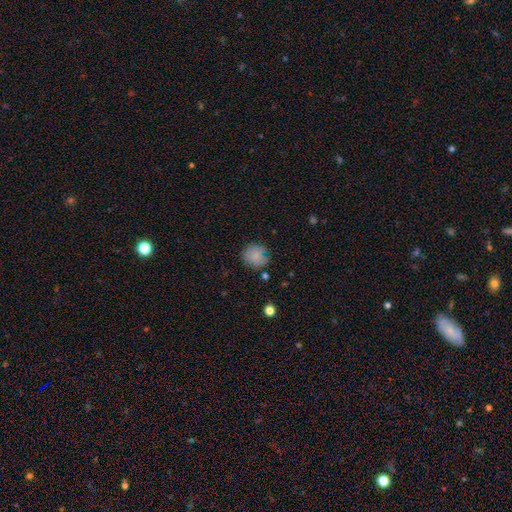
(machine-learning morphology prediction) Q: Smooth or featured?
A: smooth (82%); runner-up: star or artifact (9%)
Q: How rounded?
A: round (84%); runner-up: in between (15%)
Q: Merging?
A: none (76%); runner-up: minor disturbance (17%)